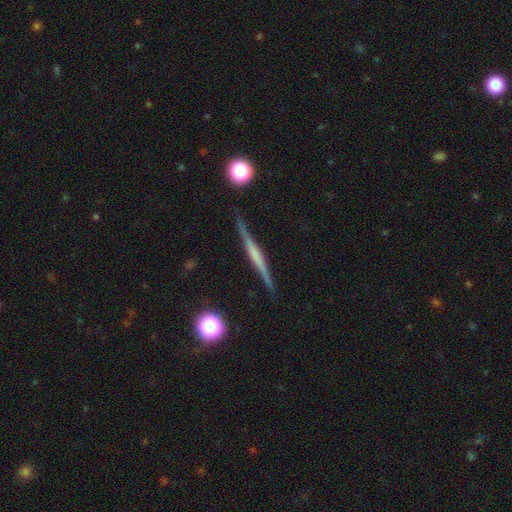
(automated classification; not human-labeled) Smooth or featured?
  - featured or disk: 68% *
  - smooth: 24%
  - star or artifact: 7%
Edge-on disk?
  - yes: 98% *
  - no: 2%
Edge-on bulge?
  - none: 48% *
  - rounded: 30%
  - boxy: 22%
Merging?
  - none: 89% *
  - minor disturbance: 8%
  - major disturbance: 2%
  - merger: 1%